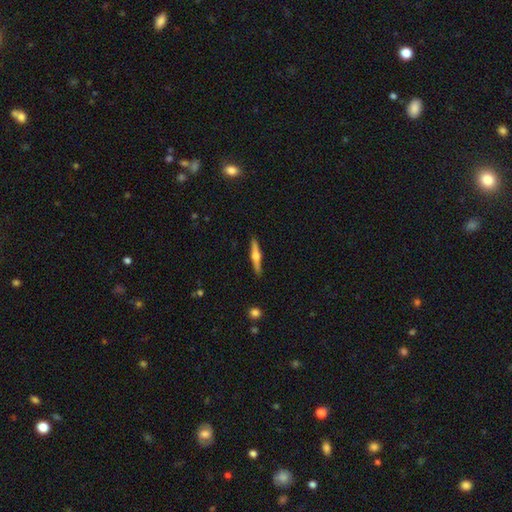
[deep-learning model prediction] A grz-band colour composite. It shows a featured or disk galaxy (68%) viewed edge-on (98%) with a rounded central bulge (91%). Merging: none (90%).